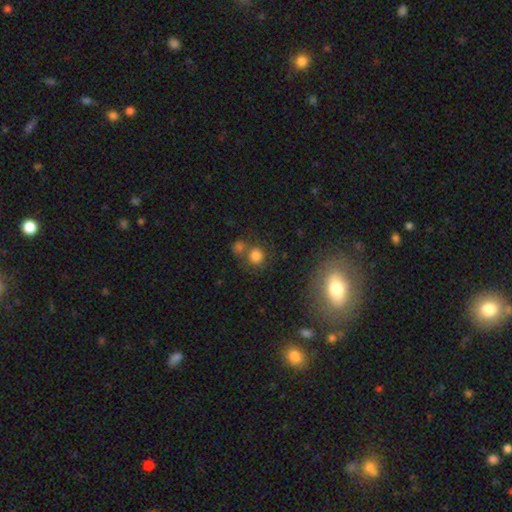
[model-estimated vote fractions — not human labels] Morphology: type=smooth (79%); roundness=round (86%); merging=none (61%).